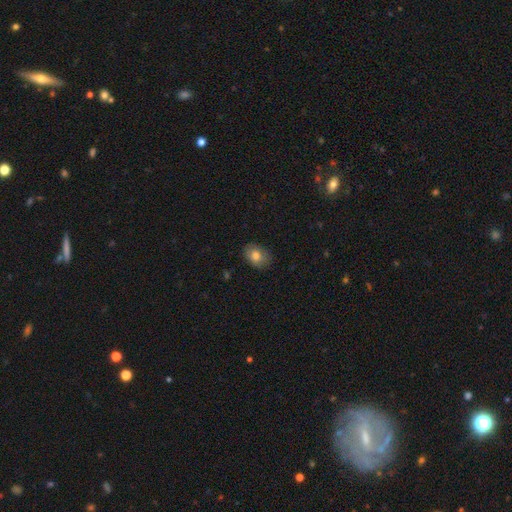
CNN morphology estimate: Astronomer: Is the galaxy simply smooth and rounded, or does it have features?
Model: smooth — 79%.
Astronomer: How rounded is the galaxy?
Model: in between — 67%.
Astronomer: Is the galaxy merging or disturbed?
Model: none — 83%.